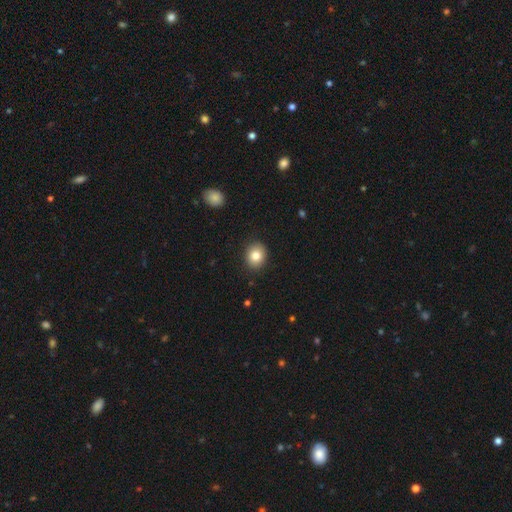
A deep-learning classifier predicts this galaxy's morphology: Overall: smooth (83%). How rounded: round (66%; in between 33%). Merging: none (89%).